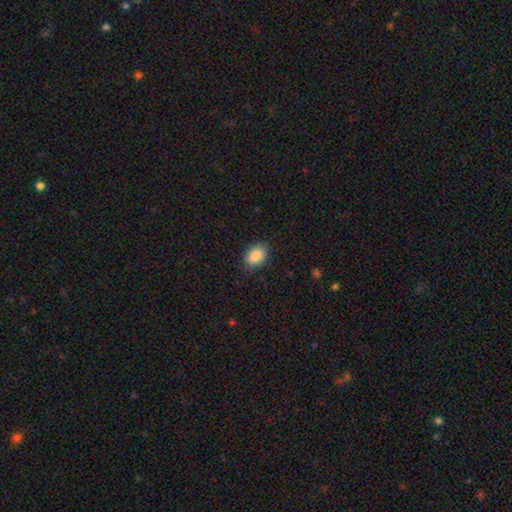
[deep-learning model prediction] The model was most divided on "how rounded": in between: 76%, round: 23%, cigar-shaped: 1%. More confident: smooth or featured — smooth (89%); merging — none (85%).